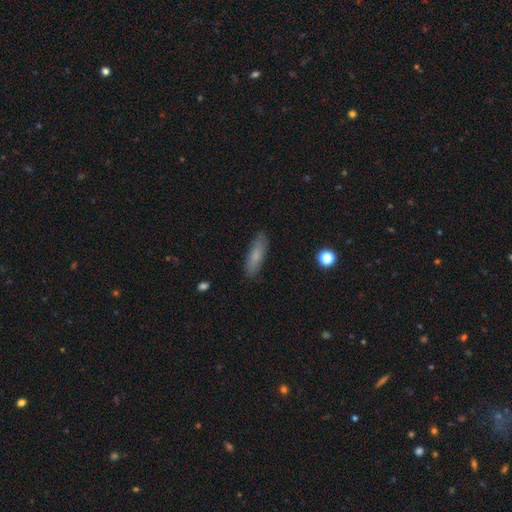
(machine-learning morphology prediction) Smooth or featured?
  - smooth: 76% *
  - featured or disk: 17%
  - star or artifact: 7%
How rounded?
  - cigar-shaped: 53% *
  - in between: 45%
  - round: 2%
Merging?
  - none: 86% *
  - minor disturbance: 11%
  - major disturbance: 2%
  - merger: 1%